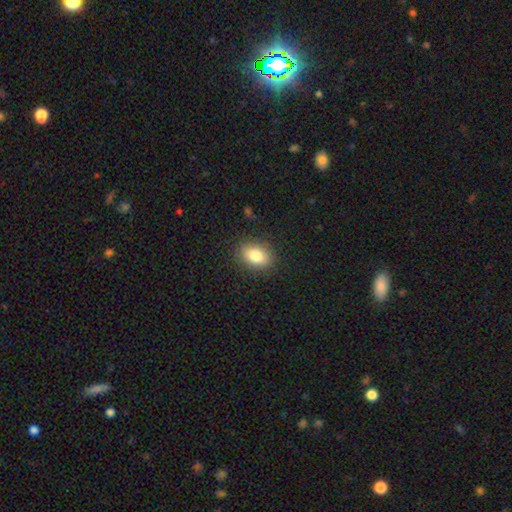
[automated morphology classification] Smooth or featured? Predicted: smooth (p=0.83). How rounded? Predicted: in between (p=0.78). Merging? Predicted: none (p=0.86).